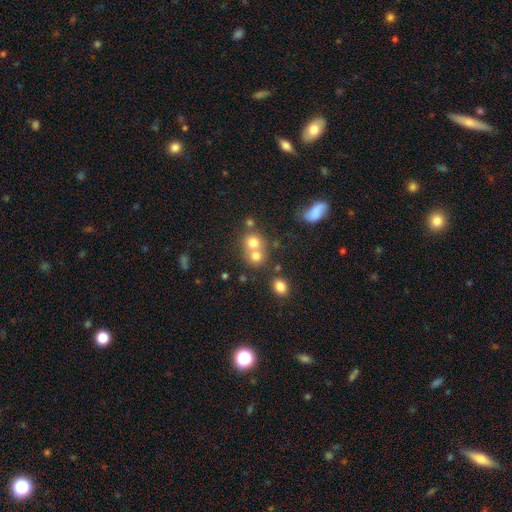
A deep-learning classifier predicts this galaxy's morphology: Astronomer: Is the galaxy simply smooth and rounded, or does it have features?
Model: smooth — 72%.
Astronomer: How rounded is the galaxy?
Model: round — 80%.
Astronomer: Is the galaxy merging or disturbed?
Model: merger — 54% (runner-up: none, 37%).